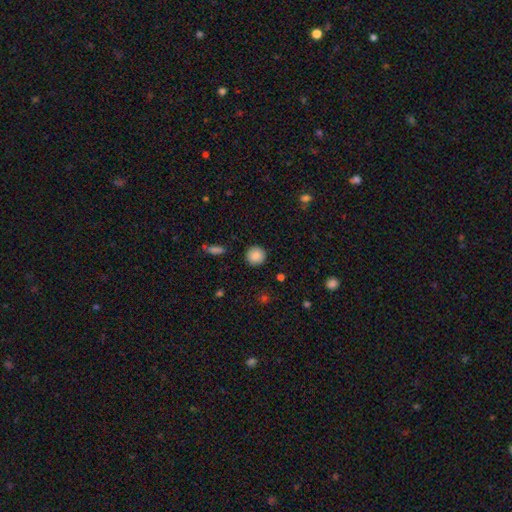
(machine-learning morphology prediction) The model was most divided on "smooth or featured": smooth: 87%, star or artifact: 8%, featured or disk: 5%. More confident: how rounded — round (94%); merging — none (91%).